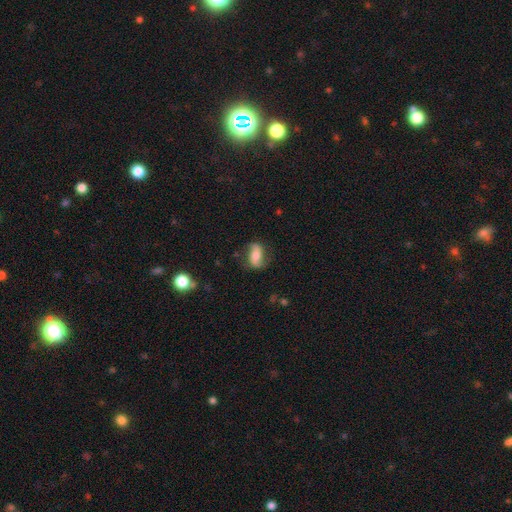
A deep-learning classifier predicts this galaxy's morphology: Smooth or featured: featured or disk — 55% (smooth — 37%)
Edge-on disk: no — 93% (yes — 7%)
Bar: no — 47% (weak — 30%)
Spiral arms: yes — 87% (no — 13%)
Bulge size: moderate — 50% (small — 27%)
Merging: none — 69% (minor disturbance — 21%)